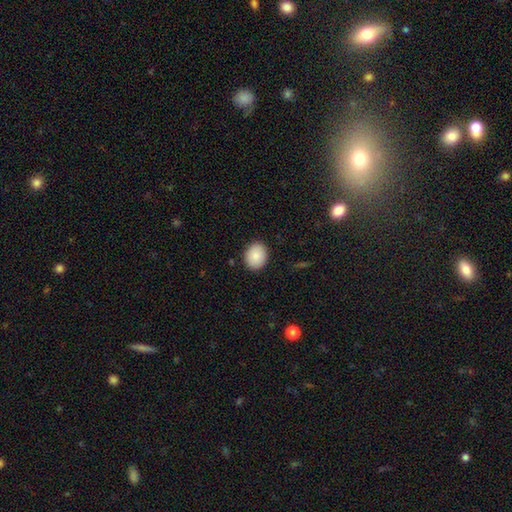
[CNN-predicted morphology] smooth_or_featured: smooth (p=0.88) [alt: star or artifact p=0.07]
how_rounded: round (p=0.50) [alt: in between p=0.49]
merging: none (p=0.89) [alt: minor disturbance p=0.08]